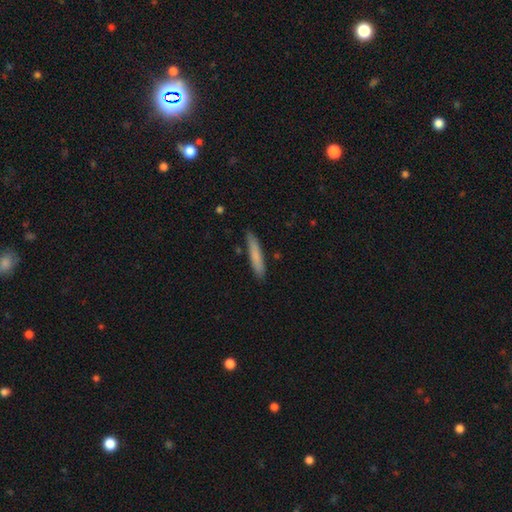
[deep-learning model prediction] Q: Smooth or featured?
A: smooth (78%); runner-up: featured or disk (16%)
Q: How rounded?
A: cigar-shaped (92%); runner-up: in between (7%)
Q: Merging?
A: none (86%); runner-up: minor disturbance (11%)